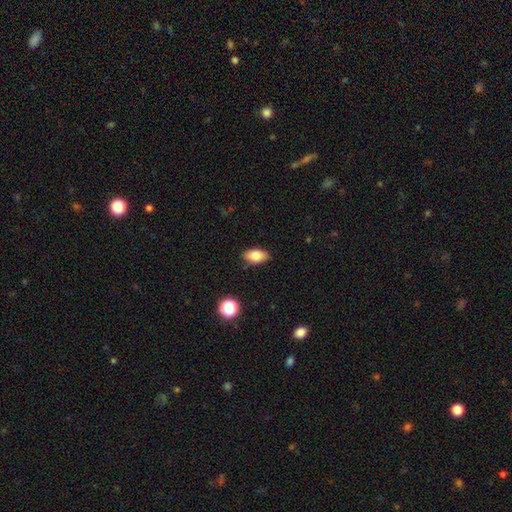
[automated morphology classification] A smooth galaxy with no disk features (80%) that is in between round and cigar-shaped (89%).

Vote fractions:
- Smooth or featured? smooth: 80% / featured or disk: 11% / star or artifact: 8%
- How rounded? in between: 89% / round: 7% / cigar-shaped: 3%
- Merging? none: 86% / minor disturbance: 11% / major disturbance: 2% / merger: 1%